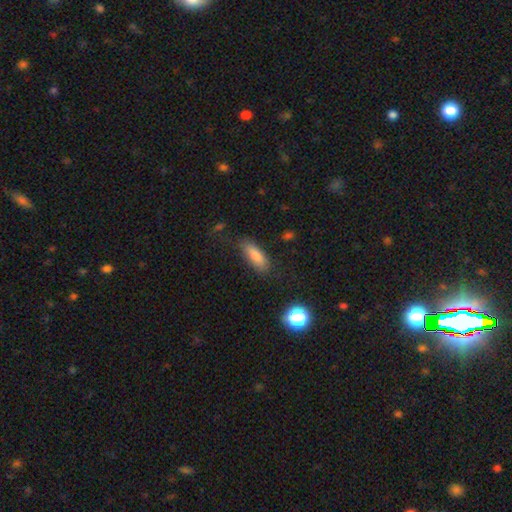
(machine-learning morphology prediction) smooth-or-featured: smooth: 82% | featured or disk: 9% | star or artifact: 9%
  how-rounded: in between: 63% | cigar-shaped: 34% | round: 3%
  merging: none: 76% | minor disturbance: 17% | major disturbance: 5% | merger: 2%